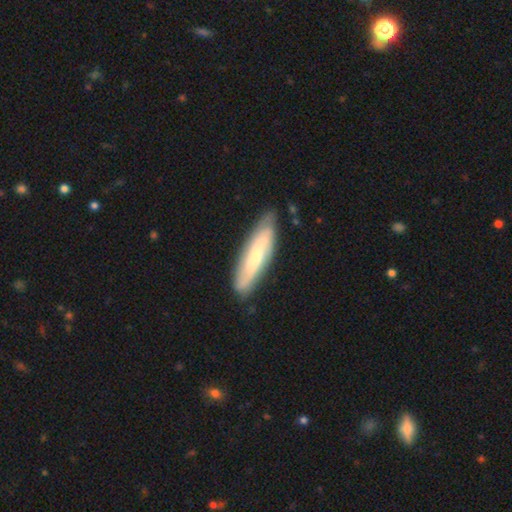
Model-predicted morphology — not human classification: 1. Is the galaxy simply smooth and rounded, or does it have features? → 50% featured or disk, 44% smooth, 6% star or artifact.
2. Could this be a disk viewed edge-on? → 61% no, 39% yes.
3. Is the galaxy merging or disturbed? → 79% none, 16% minor disturbance, 3% major disturbance, 2% merger.